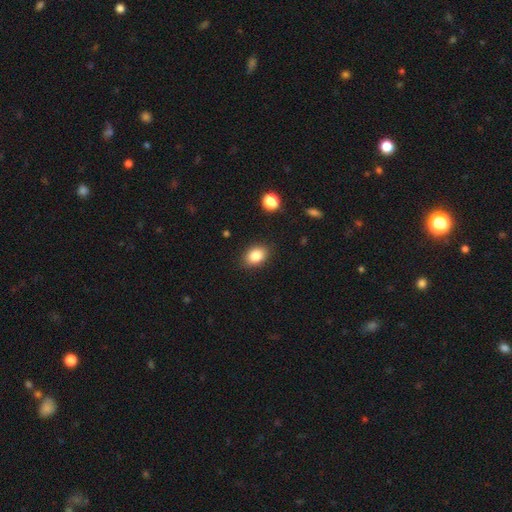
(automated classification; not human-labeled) This is clearly a smooth galaxy (84%). How rounded: likely in between (76%). Merging: clearly none (87%).